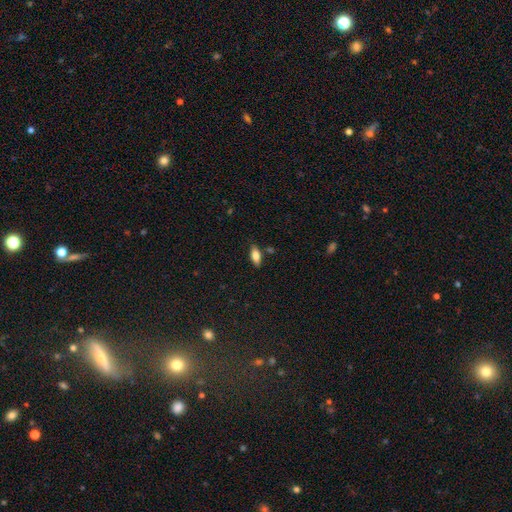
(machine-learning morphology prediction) A smooth galaxy with no disk features (74%) that is in between round and cigar-shaped (80%).

Vote fractions:
- Smooth or featured? smooth: 74% / featured or disk: 19% / star or artifact: 8%
- How rounded? in between: 80% / cigar-shaped: 17% / round: 3%
- Merging? none: 81% / minor disturbance: 13% / merger: 3% / major disturbance: 3%